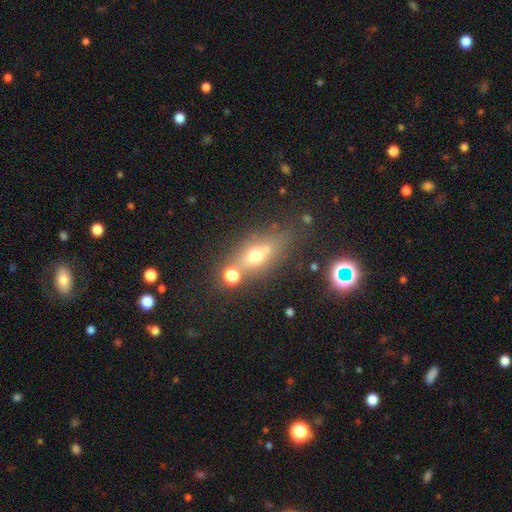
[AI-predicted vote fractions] Morphology: type=smooth (52%); roundness=in between (60%); merging=none (59%).